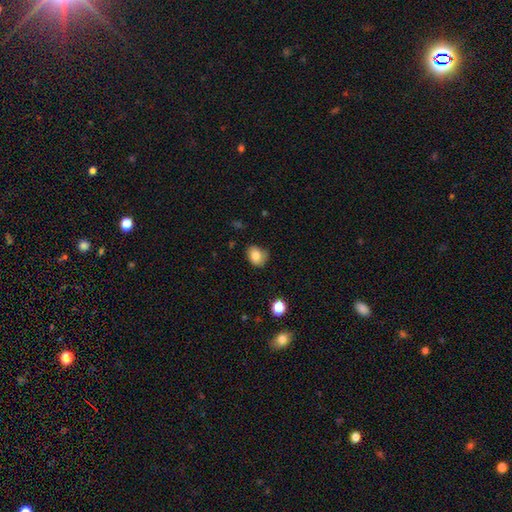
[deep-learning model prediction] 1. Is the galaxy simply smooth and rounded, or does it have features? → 80% smooth, 10% featured or disk, 10% star or artifact.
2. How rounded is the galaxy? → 50% round, 49% in between, 1% cigar-shaped.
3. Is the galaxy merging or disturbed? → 67% none, 26% minor disturbance, 6% major disturbance, 2% merger.